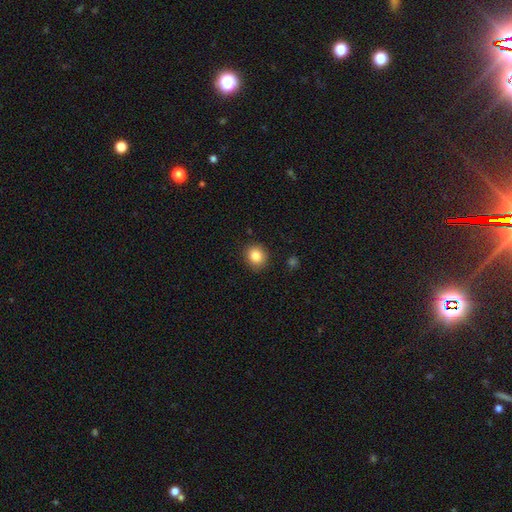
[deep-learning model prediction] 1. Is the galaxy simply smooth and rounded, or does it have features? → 84% smooth, 10% star or artifact, 6% featured or disk.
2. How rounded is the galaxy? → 80% round, 19% in between, 1% cigar-shaped.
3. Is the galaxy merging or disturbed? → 88% none, 9% minor disturbance, 2% major disturbance, 1% merger.